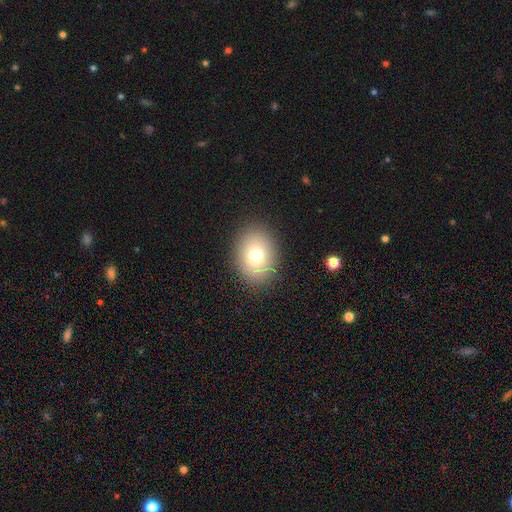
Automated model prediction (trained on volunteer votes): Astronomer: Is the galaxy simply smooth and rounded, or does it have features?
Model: smooth — 73%.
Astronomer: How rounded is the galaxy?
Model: in between — 57% (runner-up: round, 42%).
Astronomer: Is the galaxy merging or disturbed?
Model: none — 87%.